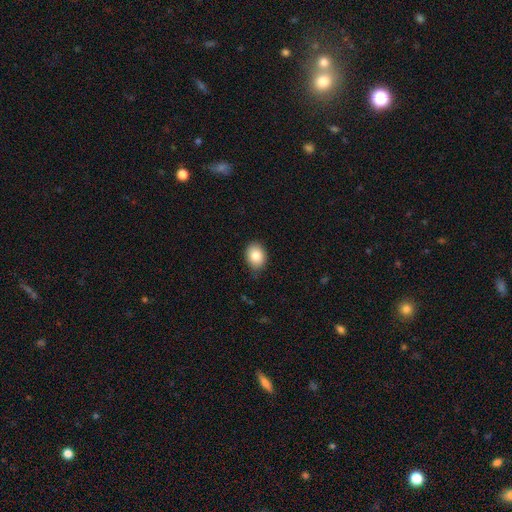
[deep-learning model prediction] Morphology: type=smooth (84%); roundness=in between (58%); merging=none (82%).